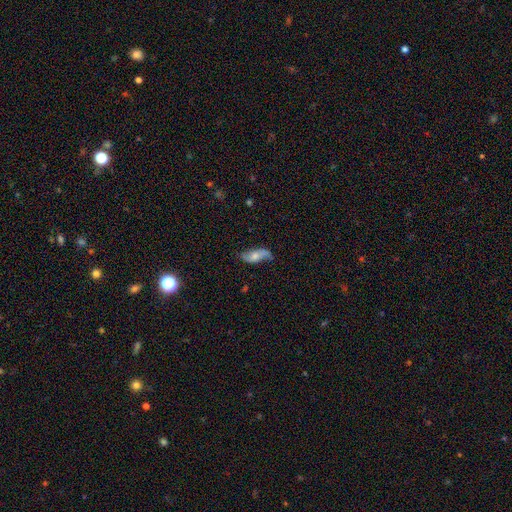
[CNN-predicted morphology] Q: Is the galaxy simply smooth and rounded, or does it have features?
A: featured or disk — 54%.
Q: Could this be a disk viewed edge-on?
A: no — 87%.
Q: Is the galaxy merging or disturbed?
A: none — 63%.